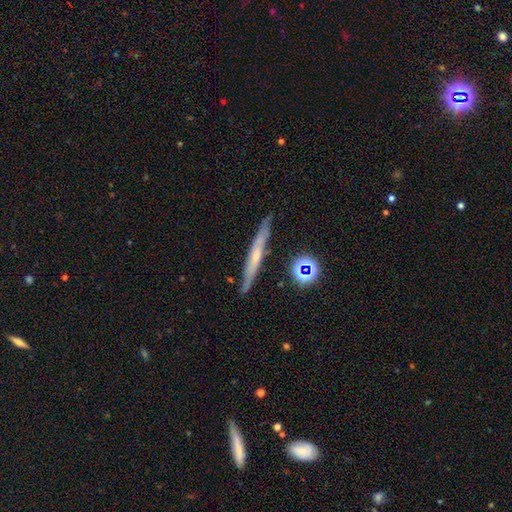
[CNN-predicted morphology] This is possibly a featured or disk galaxy (54%). It is clearly viewed edge-on (90%). Merging: clearly none (84%).